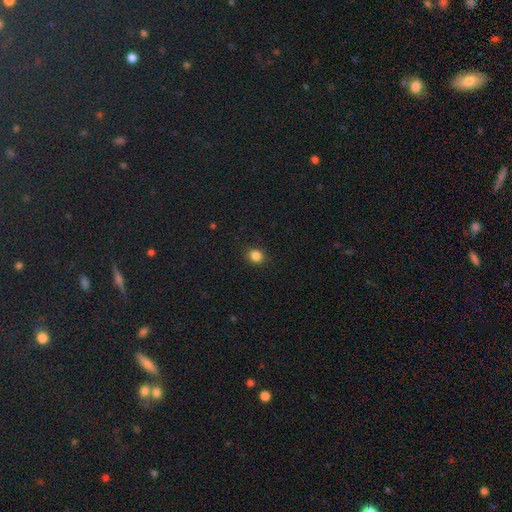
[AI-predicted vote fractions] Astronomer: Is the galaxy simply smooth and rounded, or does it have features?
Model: smooth — 84%.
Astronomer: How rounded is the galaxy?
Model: round — 76%.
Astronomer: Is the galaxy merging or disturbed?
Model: none — 89%.